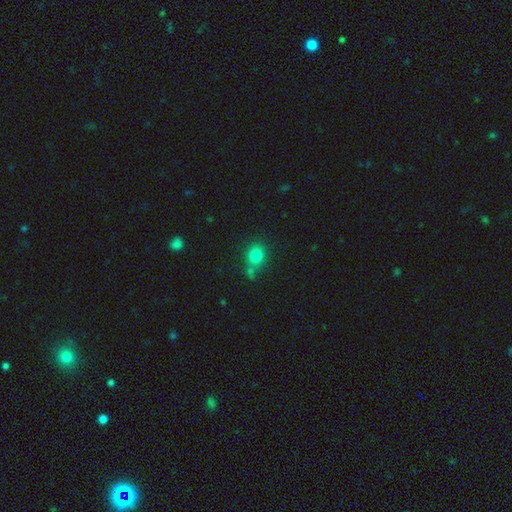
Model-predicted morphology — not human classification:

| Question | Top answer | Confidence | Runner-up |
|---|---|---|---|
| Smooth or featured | smooth | 81% | star or artifact (12%) |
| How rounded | round | 73% | in between (26%) |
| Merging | none | 60% | merger (20%) |